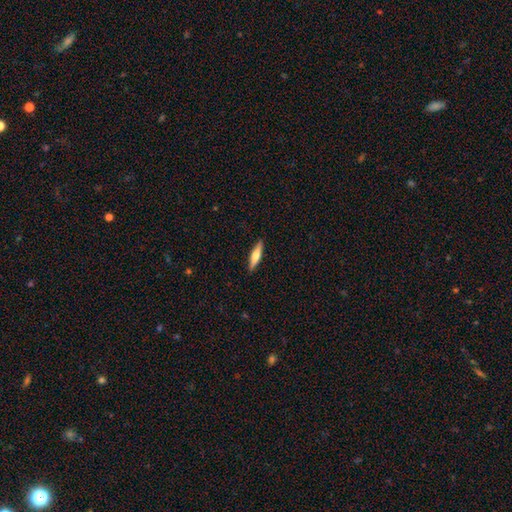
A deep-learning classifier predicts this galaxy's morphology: This appears to be a smooth galaxy with no disk features (53%) that is cigar-shaped (80%). Merging: none (90%).